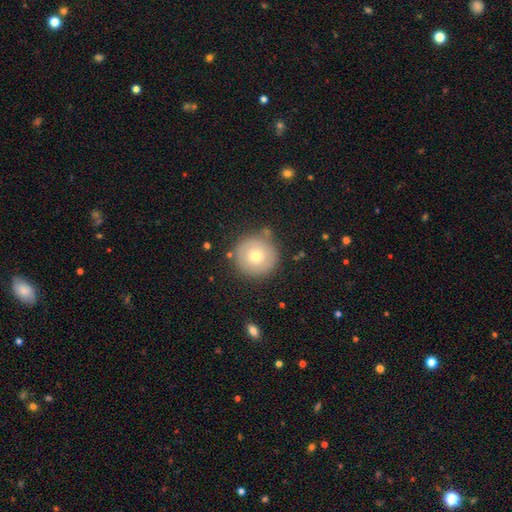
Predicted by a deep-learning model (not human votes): The model was most divided on "smooth or featured": smooth: 65%, featured or disk: 27%, star or artifact: 9%. More confident: how rounded — round (95%); merging — none (83%).